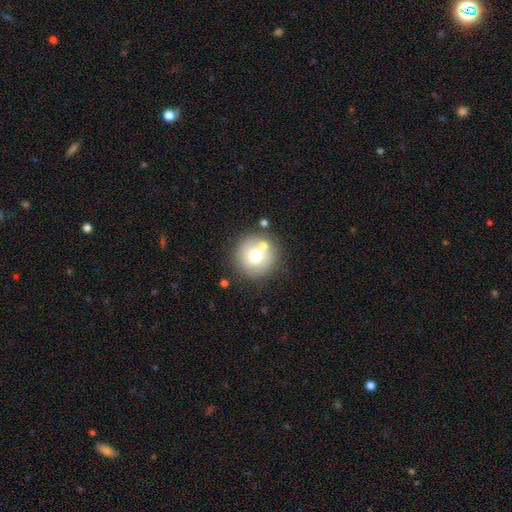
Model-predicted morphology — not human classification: type=smooth (68%); roundness=round (94%); merging=none (72%).